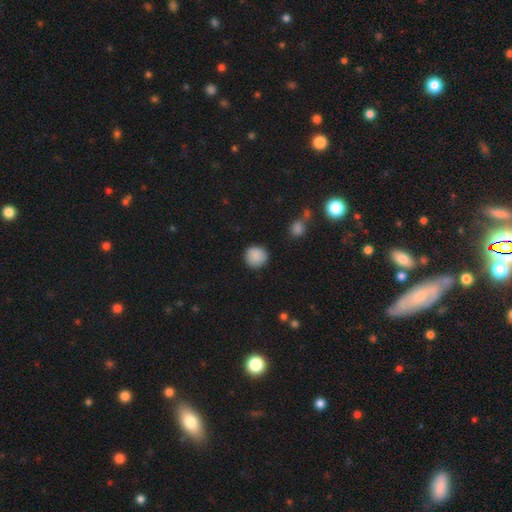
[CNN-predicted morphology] Q: Smooth or featured?
A: smooth (89%); runner-up: star or artifact (8%)
Q: How rounded?
A: round (94%); runner-up: in between (5%)
Q: Merging?
A: none (89%); runner-up: minor disturbance (7%)